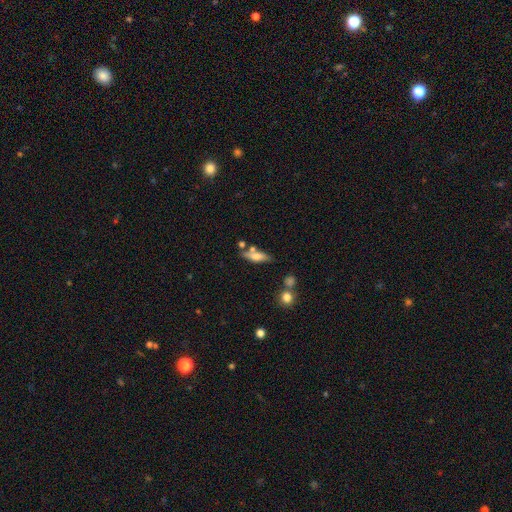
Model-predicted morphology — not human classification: Smooth or featured?
  - smooth: 60% *
  - featured or disk: 32%
  - star or artifact: 8%
How rounded?
  - cigar-shaped: 52% *
  - in between: 44%
  - round: 3%
Merging?
  - none: 59% *
  - minor disturbance: 18%
  - merger: 17%
  - major disturbance: 6%